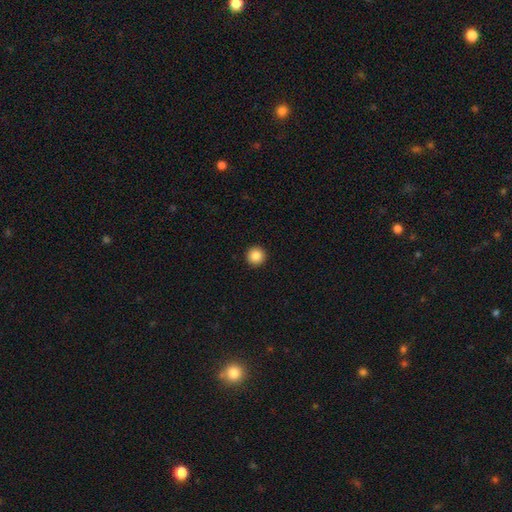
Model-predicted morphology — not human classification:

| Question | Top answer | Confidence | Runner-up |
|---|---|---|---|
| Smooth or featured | smooth | 85% | star or artifact (9%) |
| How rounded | round | 96% | in between (3%) |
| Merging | none | 94% | minor disturbance (4%) |